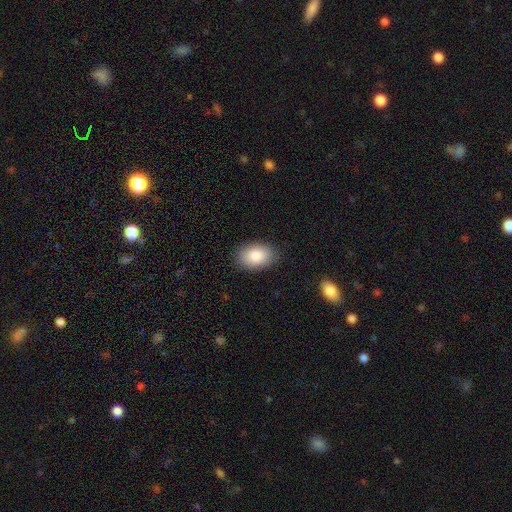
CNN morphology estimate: The model was most divided on "merging": none: 86%, minor disturbance: 11%, major disturbance: 3%, merger: 1%. More confident: how rounded — in between (88%); smooth or featured — smooth (87%).